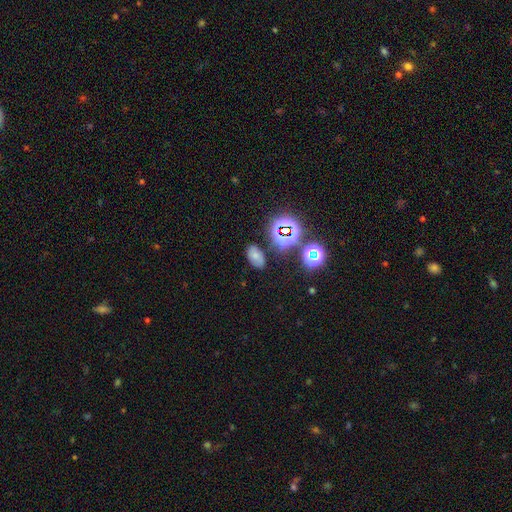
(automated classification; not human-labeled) The model was most divided on "smooth or featured": smooth: 60%, star or artifact: 27%, featured or disk: 14%. More confident: how rounded — in between (90%); merging — none (78%).